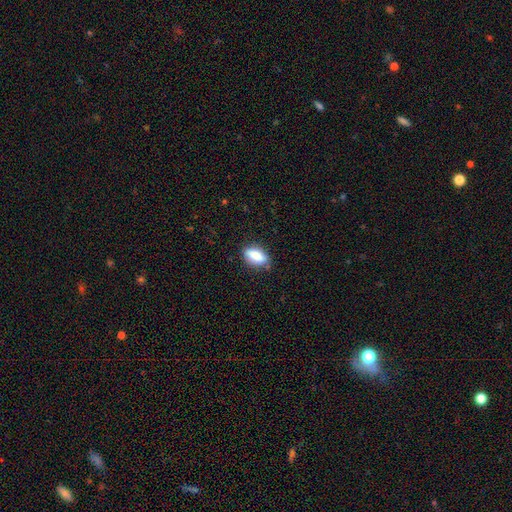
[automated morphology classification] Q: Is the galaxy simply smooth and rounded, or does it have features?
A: smooth — 82%.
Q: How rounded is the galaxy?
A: in between — 83%.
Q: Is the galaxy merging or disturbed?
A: none — 78%.